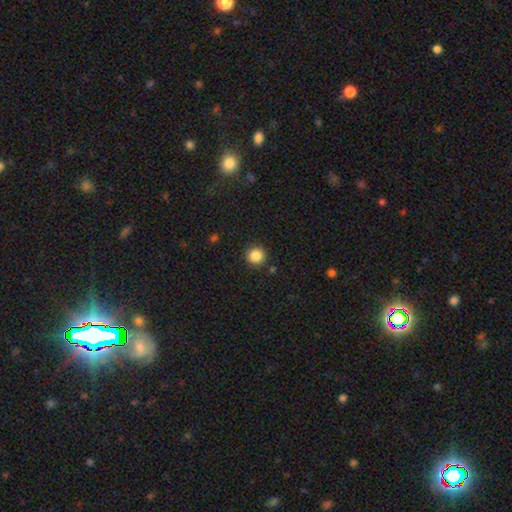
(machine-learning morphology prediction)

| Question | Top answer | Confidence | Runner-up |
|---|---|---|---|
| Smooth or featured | smooth | 86% | star or artifact (10%) |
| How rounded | round | 95% | in between (4%) |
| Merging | none | 92% | minor disturbance (5%) |